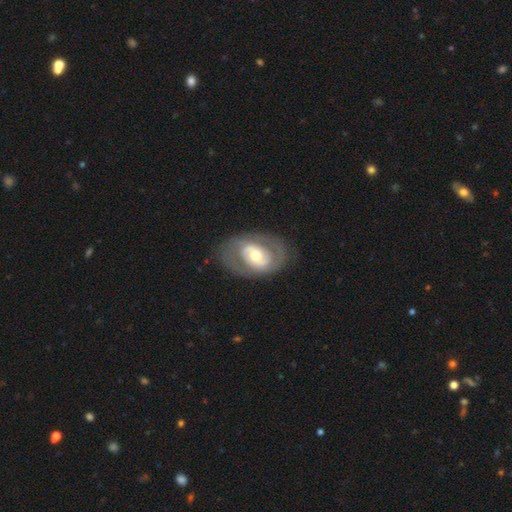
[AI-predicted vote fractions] Smooth or featured? Predicted: featured or disk (p=0.70). Edge-on disk? Predicted: no (p=0.95). Bar? Predicted: no (p=0.53). Spiral arms? Predicted: yes (p=0.53). Bulge size? Predicted: moderate (p=0.69). Merging? Predicted: none (p=0.76).